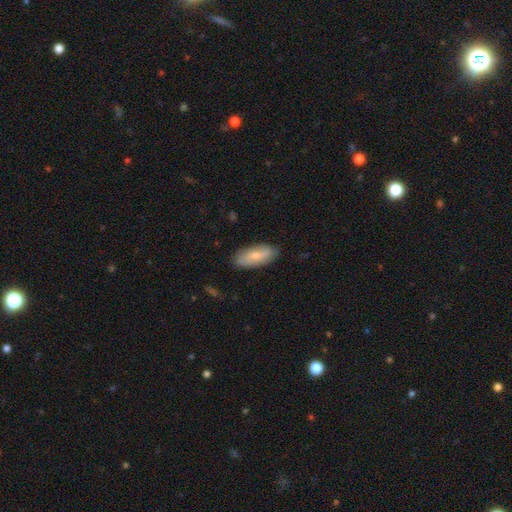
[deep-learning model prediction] smooth_or_featured: smooth (p=0.65) [alt: featured or disk p=0.29]
how_rounded: in between (p=0.81) [alt: cigar-shaped p=0.16]
merging: none (p=0.84) [alt: minor disturbance p=0.12]